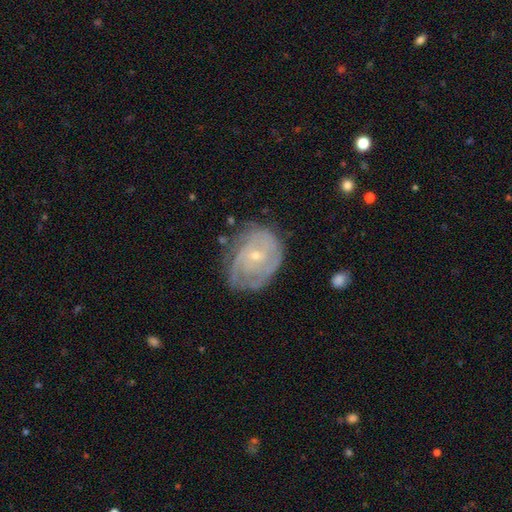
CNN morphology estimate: This appears to be a featured or disk galaxy (78%) with no bar (73%), tight (66%) spiral arms (88%) and a small central bulge (73%). Merging: none (63%).